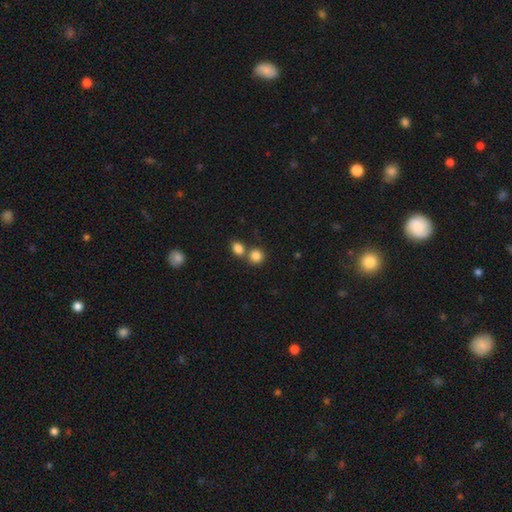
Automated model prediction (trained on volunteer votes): Morphology: type=smooth (84%); roundness=round (79%); merging=none (52%).